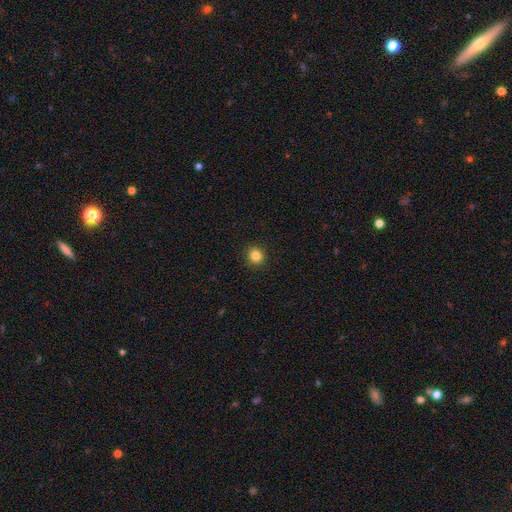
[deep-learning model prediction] This appears to be a smooth galaxy with no disk features (84%) that is round (90%). Merging: none (92%).